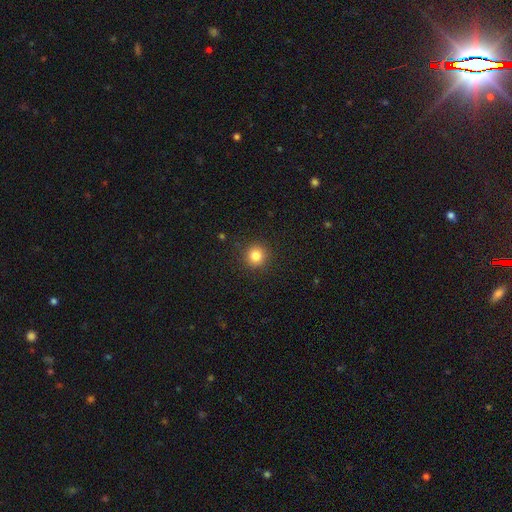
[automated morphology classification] Overall: smooth (83%). How rounded: round (94%). Merging: none (91%).